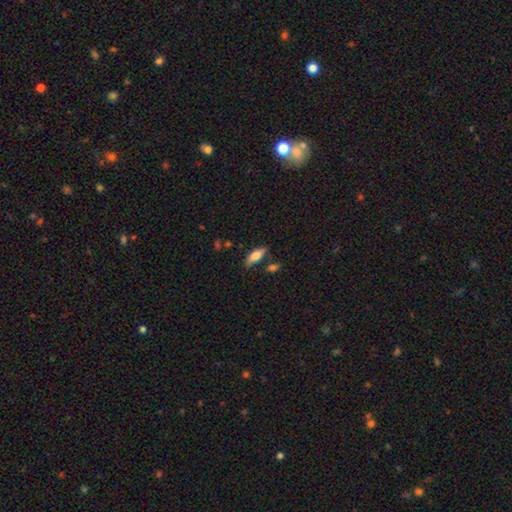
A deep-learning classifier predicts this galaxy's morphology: smooth_or_featured: smooth (p=0.69) [alt: featured or disk p=0.24]
how_rounded: in between (p=0.70) [alt: cigar-shaped p=0.27]
merging: none (p=0.66) [alt: minor disturbance p=0.20]